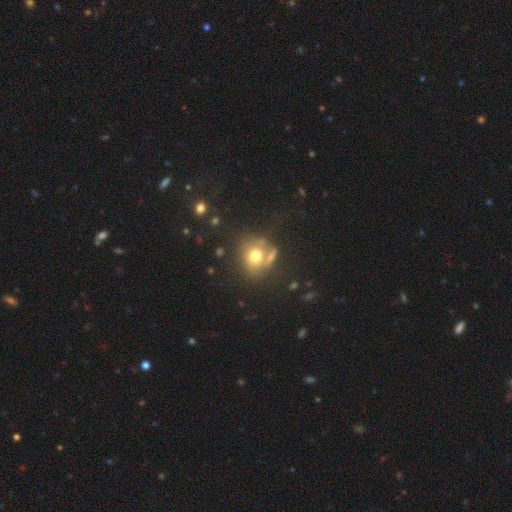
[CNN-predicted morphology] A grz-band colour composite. It shows a smooth galaxy with no disk features (70%) that is round (78%). Merging: none (55%).